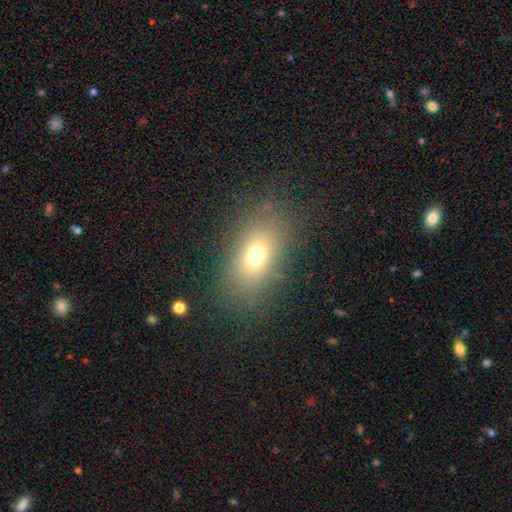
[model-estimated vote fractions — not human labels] The model was most divided on "smooth or featured": smooth: 69%, featured or disk: 16%, star or artifact: 15%. More confident: how rounded — in between (82%); merging — none (81%).